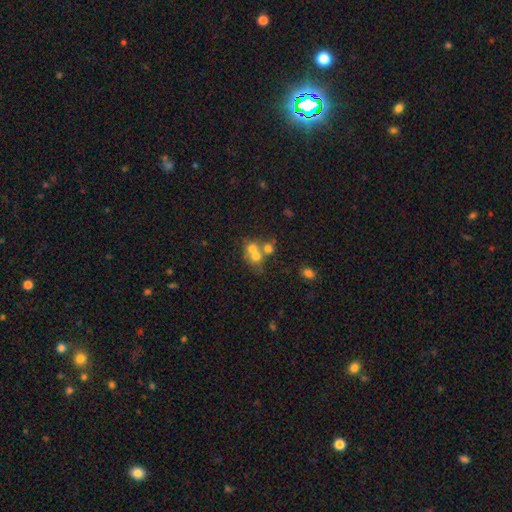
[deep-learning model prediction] smooth-or-featured: smooth: 60% | featured or disk: 25% | star or artifact: 15%
  how-rounded: round: 76% | in between: 23% | cigar-shaped: 1%
  merging: merger: 61% | none: 28% | minor disturbance: 6% | major disturbance: 4%